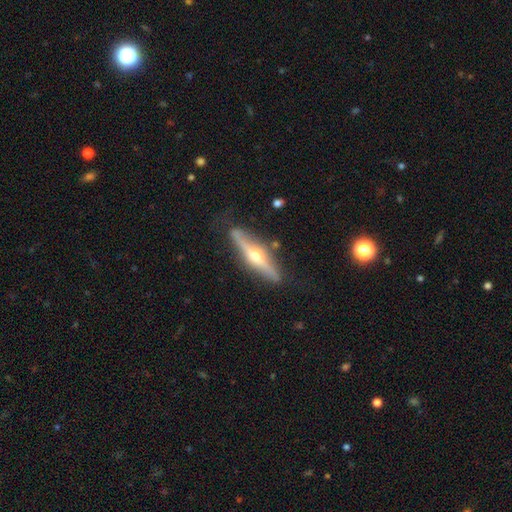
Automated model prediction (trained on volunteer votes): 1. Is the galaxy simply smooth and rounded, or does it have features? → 74% featured or disk, 21% smooth, 5% star or artifact.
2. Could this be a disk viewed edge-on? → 92% yes, 8% no.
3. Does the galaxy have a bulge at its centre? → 94% rounded, 4% none, 3% boxy.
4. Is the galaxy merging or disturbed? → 80% none, 14% minor disturbance, 4% major disturbance, 2% merger.